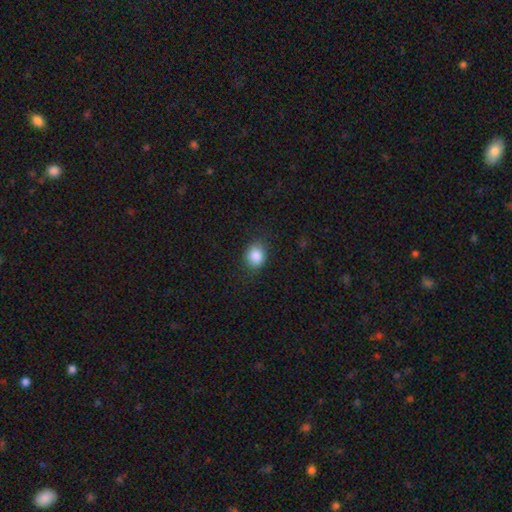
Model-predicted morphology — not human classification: smooth 88%, star or artifact 9%, featured or disk 4%. Down the decision tree: how rounded — round (63%); merging — none (84%).